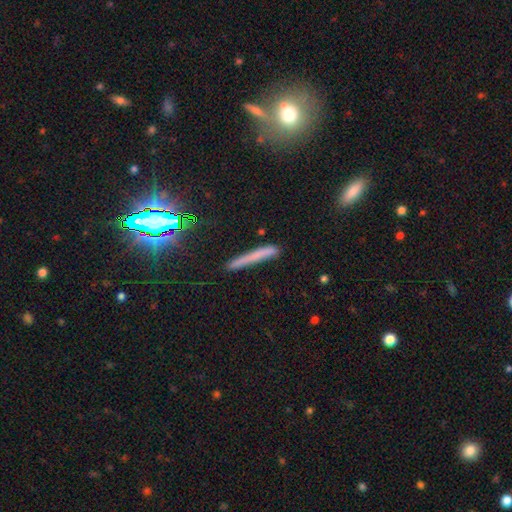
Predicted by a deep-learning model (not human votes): A smooth galaxy with no disk features (62%) that is cigar-shaped (95%). Merging: none (80%).